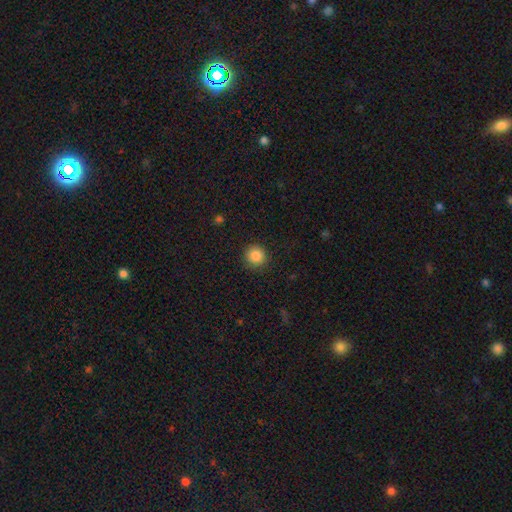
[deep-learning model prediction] Smooth or featured? smooth (86%)
How rounded? round (94%)
Merging? none (91%)